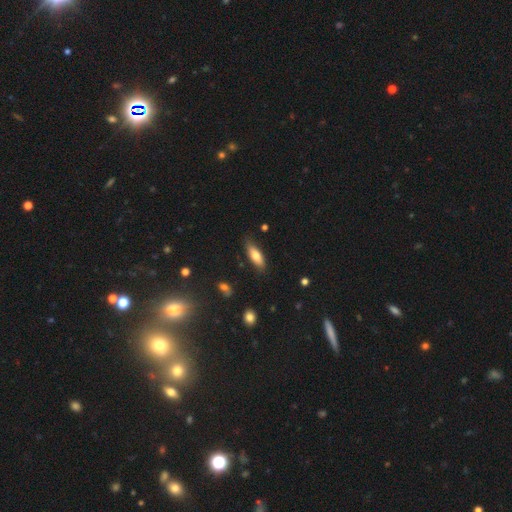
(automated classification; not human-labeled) A smooth galaxy with no disk features (74%) that is in between round and cigar-shaped (64%).

Vote fractions:
- Smooth or featured? smooth: 74% / featured or disk: 19% / star or artifact: 7%
- How rounded? in between: 64% / cigar-shaped: 34% / round: 2%
- Merging? none: 77% / minor disturbance: 18% / major disturbance: 3% / merger: 2%